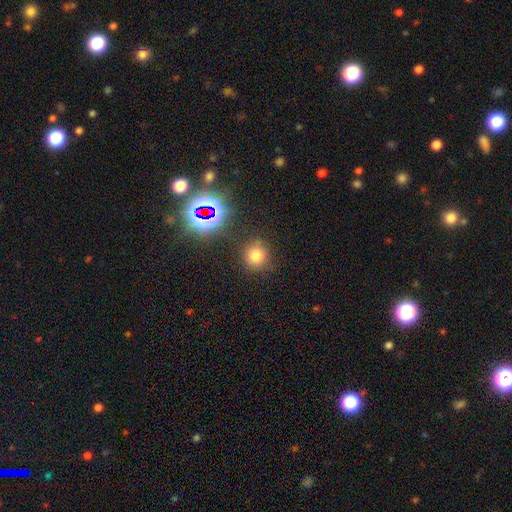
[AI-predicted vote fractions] Morphology: type=smooth (73%); roundness=round (90%); merging=none (80%).